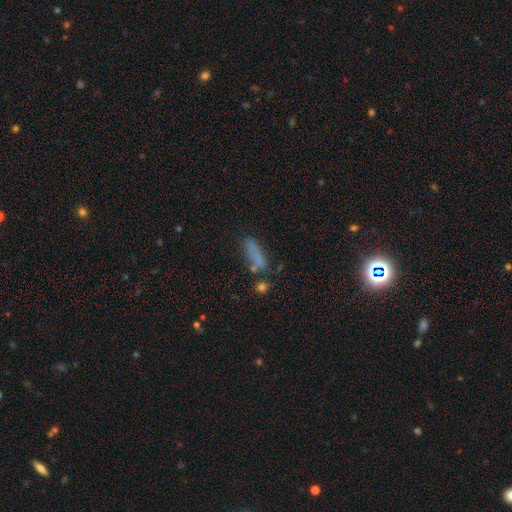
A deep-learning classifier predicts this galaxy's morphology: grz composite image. It shows a smooth galaxy with no disk features (73%) that is cigar-shaped (61%). Merging: none (61%).